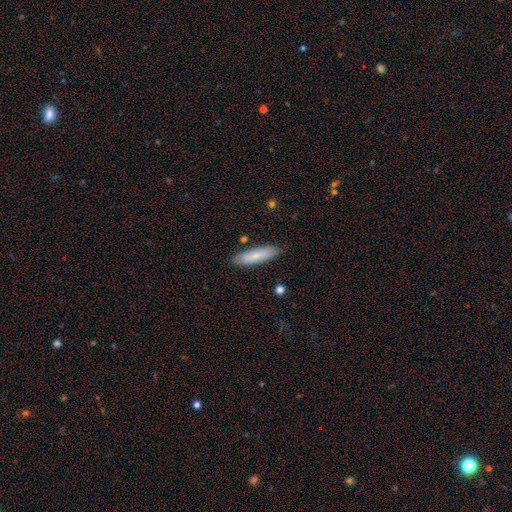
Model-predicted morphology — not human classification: smooth_or_featured: smooth (p=0.77) [alt: featured or disk p=0.17]
how_rounded: cigar-shaped (p=0.65) [alt: in between p=0.34]
merging: none (p=0.85) [alt: minor disturbance p=0.11]